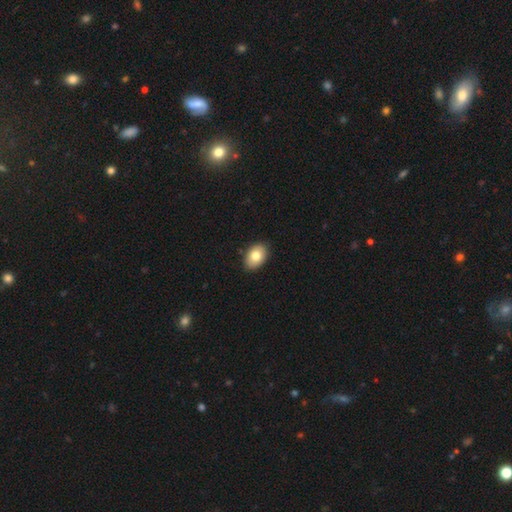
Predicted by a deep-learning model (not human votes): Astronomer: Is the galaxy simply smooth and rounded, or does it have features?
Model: smooth — 78%.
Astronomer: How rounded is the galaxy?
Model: in between — 83%.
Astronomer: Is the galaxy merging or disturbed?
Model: none — 87%.